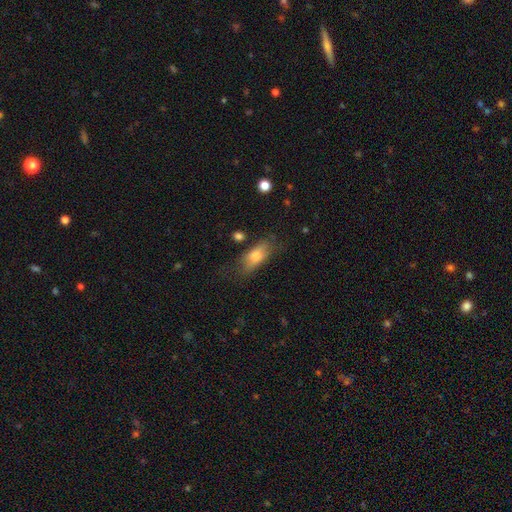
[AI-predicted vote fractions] Smooth or featured?
  - smooth: 66% *
  - featured or disk: 25%
  - star or artifact: 8%
How rounded?
  - in between: 73% *
  - cigar-shaped: 22%
  - round: 4%
Merging?
  - none: 58% *
  - minor disturbance: 26%
  - major disturbance: 13%
  - merger: 3%